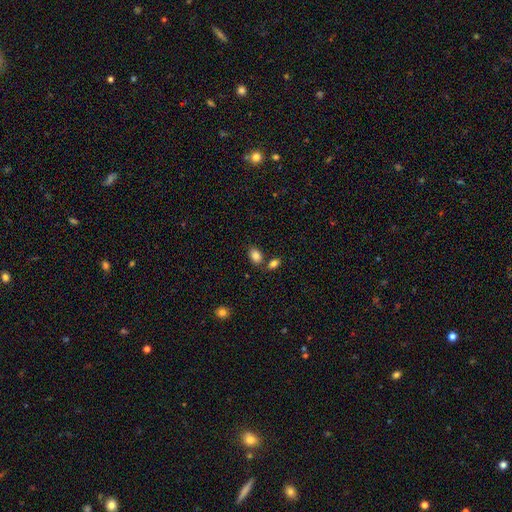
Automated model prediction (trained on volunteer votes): Smooth or featured? smooth (85%)
How rounded? in between (86%)
Merging? none (69%)